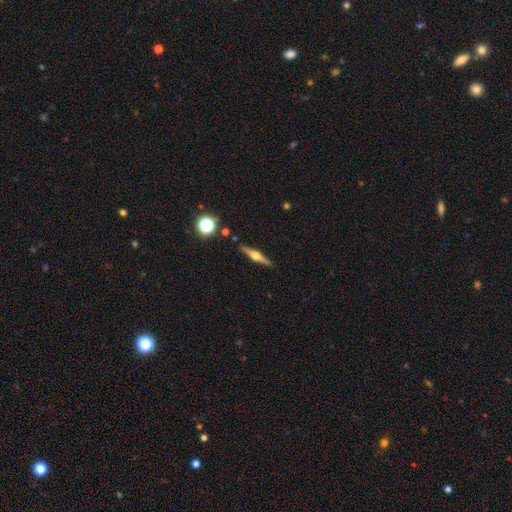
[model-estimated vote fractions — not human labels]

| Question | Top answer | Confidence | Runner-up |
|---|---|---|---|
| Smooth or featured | featured or disk | 75% | smooth (19%) |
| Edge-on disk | yes | 98% | no (2%) |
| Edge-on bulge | rounded | 94% | boxy (4%) |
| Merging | none | 89% | minor disturbance (7%) |